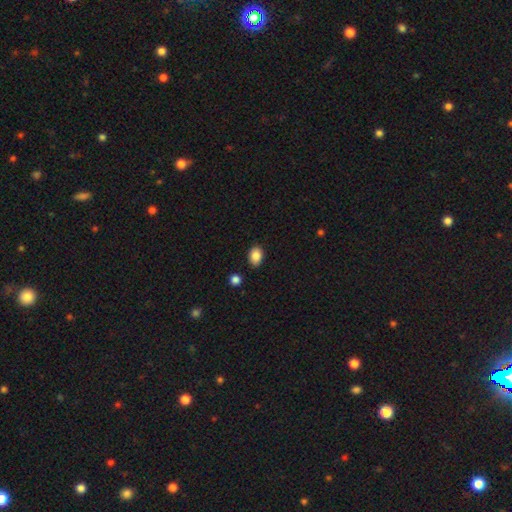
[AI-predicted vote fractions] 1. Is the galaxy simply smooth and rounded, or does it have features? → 87% smooth, 8% star or artifact, 4% featured or disk.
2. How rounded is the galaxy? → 77% in between, 22% round, 1% cigar-shaped.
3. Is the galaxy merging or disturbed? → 85% none, 11% minor disturbance, 2% major disturbance, 2% merger.